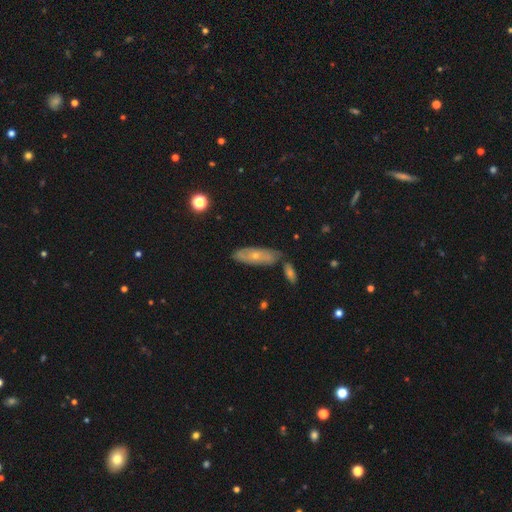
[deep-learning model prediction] Smooth or featured: smooth — 47% (featured or disk — 46%)
Merging: none — 71% (minor disturbance — 17%)